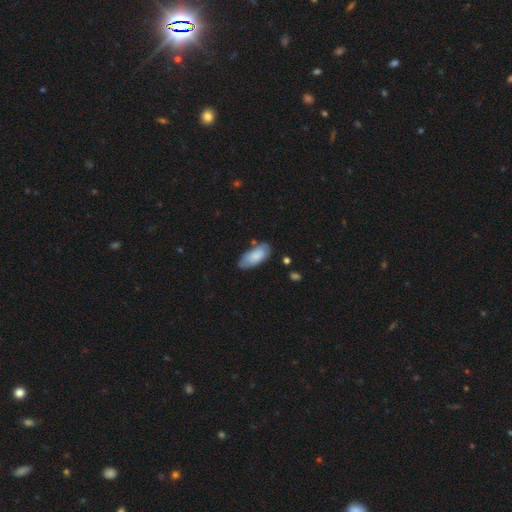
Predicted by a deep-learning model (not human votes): A smooth galaxy with no disk features (79%) that is in between round and cigar-shaped (89%). Merging: none (68%).